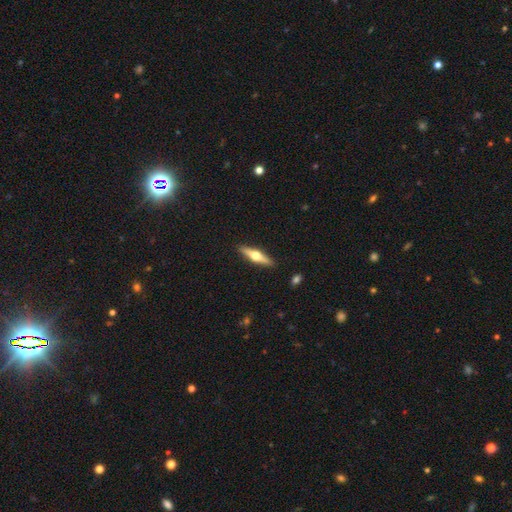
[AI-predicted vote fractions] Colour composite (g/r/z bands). It shows a featured or disk galaxy (66%) viewed edge-on (97%) with a rounded central bulge (96%). Merging: none (91%).